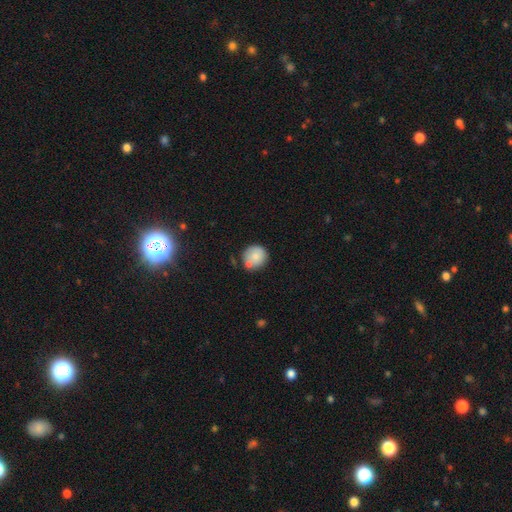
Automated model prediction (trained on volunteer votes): smooth-or-featured: smooth: 79% | featured or disk: 13% | star or artifact: 8%
  how-rounded: round: 89% | in between: 10% | cigar-shaped: 1%
  merging: none: 62% | merger: 18% | minor disturbance: 16% | major disturbance: 4%